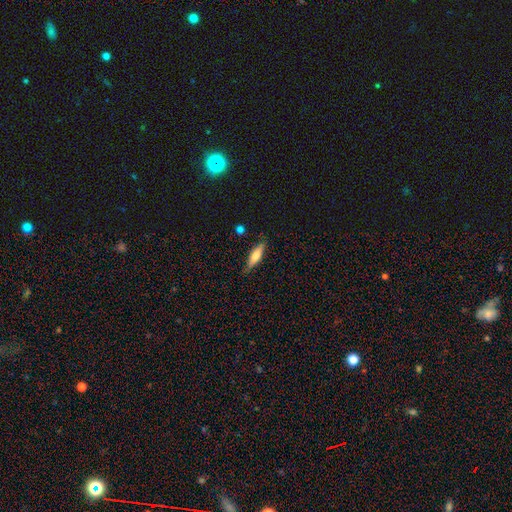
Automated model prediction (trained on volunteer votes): smooth 65%, featured or disk 29%, star or artifact 6%. Down the decision tree: how rounded — cigar-shaped (60%); merging — none (79%).